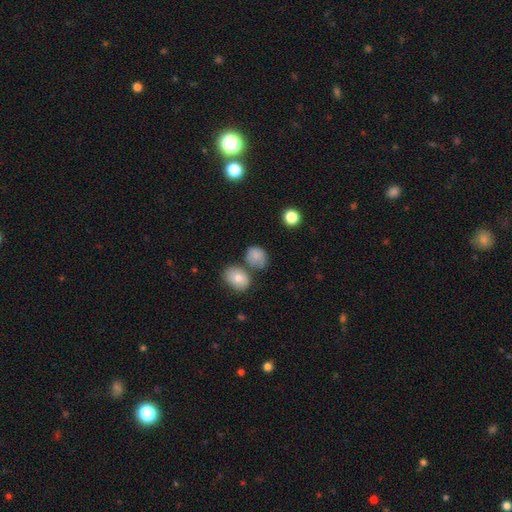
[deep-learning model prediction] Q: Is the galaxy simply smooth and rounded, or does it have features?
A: smooth — 78%.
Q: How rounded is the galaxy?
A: round — 51%.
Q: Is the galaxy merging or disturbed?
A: none — 50%.